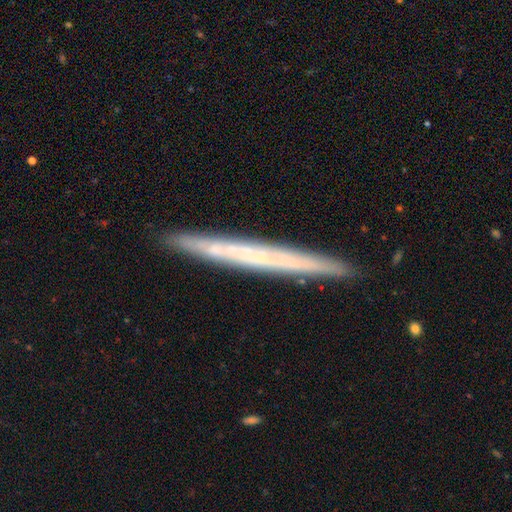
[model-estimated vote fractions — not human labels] A featured or disk galaxy (58%) viewed edge-on (95%) with no central bulge (86%). Merging: none (90%).